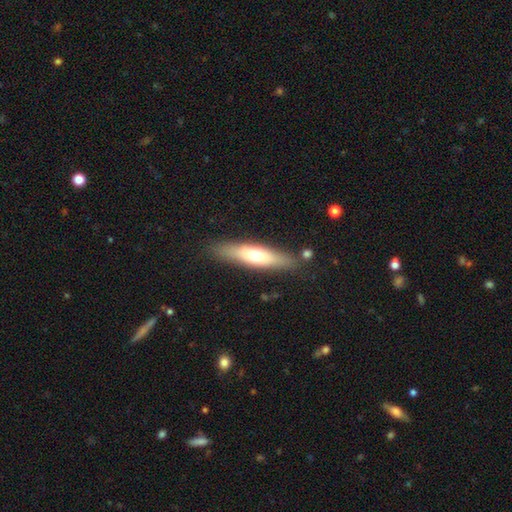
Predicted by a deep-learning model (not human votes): Q: Smooth or featured?
A: smooth (55%); runner-up: featured or disk (40%)
Q: How rounded?
A: cigar-shaped (72%); runner-up: in between (26%)
Q: Merging?
A: none (82%); runner-up: minor disturbance (11%)